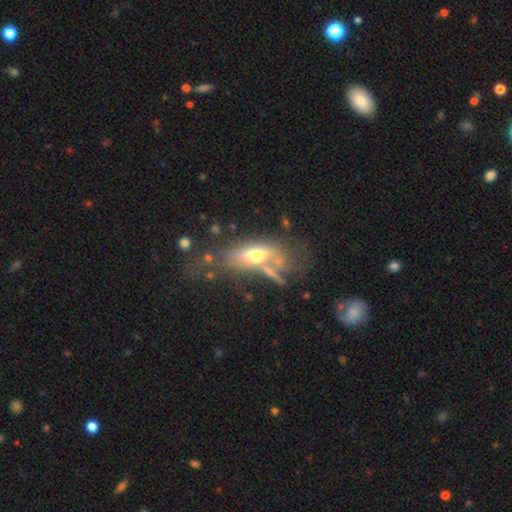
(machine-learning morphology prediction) A smooth galaxy with no disk features (51%) that is in between round and cigar-shaped (74%). Merging: none (38%).